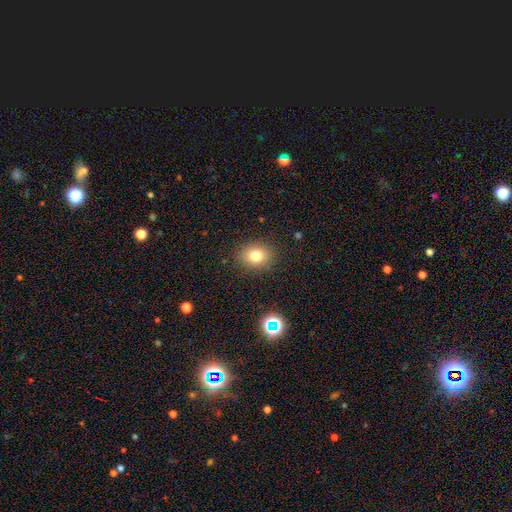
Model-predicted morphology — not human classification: smooth-or-featured: smooth: 78% | star or artifact: 13% | featured or disk: 9%
  how-rounded: round: 55% | in between: 44% | cigar-shaped: 1%
  merging: none: 87% | minor disturbance: 9% | major disturbance: 3% | merger: 1%